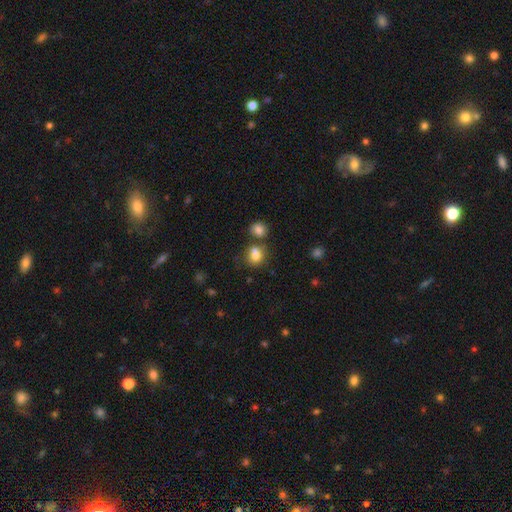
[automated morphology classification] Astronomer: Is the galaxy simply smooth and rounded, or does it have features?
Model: smooth — 79%.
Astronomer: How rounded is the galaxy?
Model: round — 65%.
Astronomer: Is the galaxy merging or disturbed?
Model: none — 49% (runner-up: merger, 34%).